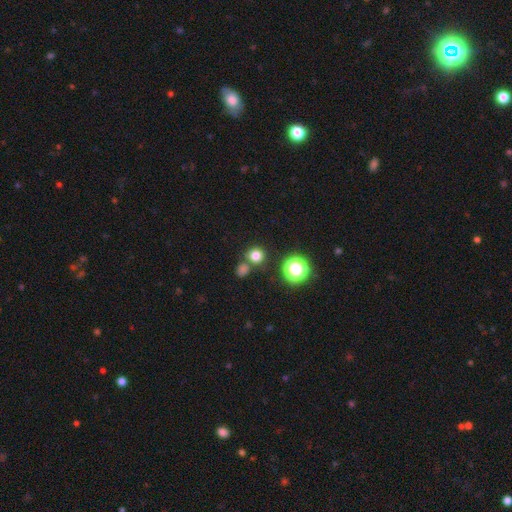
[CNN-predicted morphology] Q: Smooth or featured?
A: smooth (75%); runner-up: star or artifact (20%)
Q: How rounded?
A: round (91%); runner-up: in between (8%)
Q: Merging?
A: none (75%); runner-up: merger (14%)